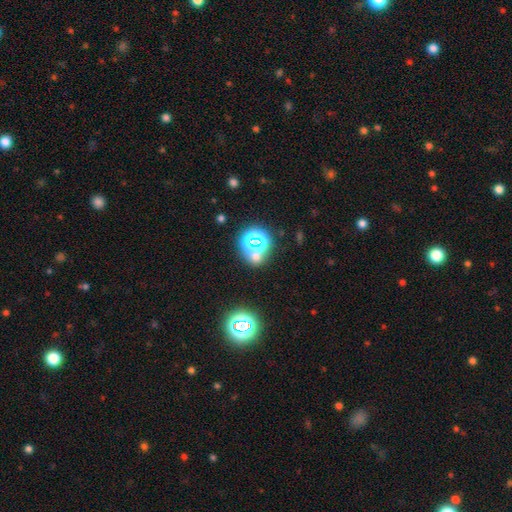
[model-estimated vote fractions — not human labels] Smooth or featured? Predicted: star or artifact (p=0.56).